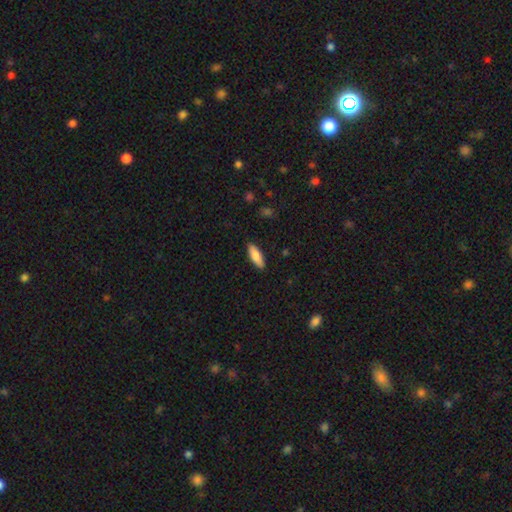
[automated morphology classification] smooth-or-featured: smooth: 84% | featured or disk: 10% | star or artifact: 6%
  how-rounded: in between: 62% | cigar-shaped: 37% | round: 2%
  merging: none: 88% | minor disturbance: 9% | major disturbance: 2% | merger: 1%